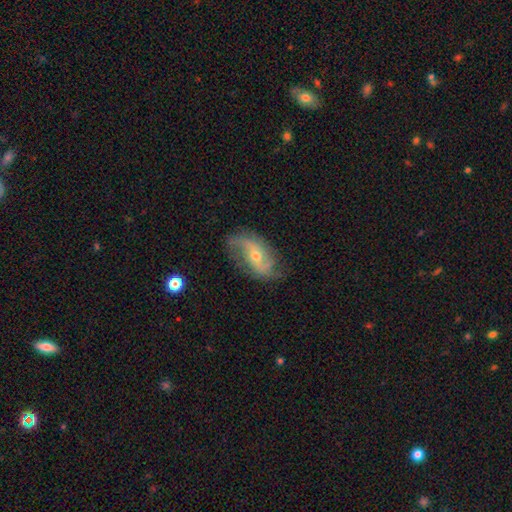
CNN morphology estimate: This is clearly a featured or disk galaxy (81%). It is clearly not viewed edge-on (95%). Bar: possibly no (46%). Spiral arm pattern: clearly yes (93%). Spiral arm count: clearly 2 (87%). Spiral winding: likely loose (62%). Central bulge: possibly small (49%). Merging: likely none (73%).